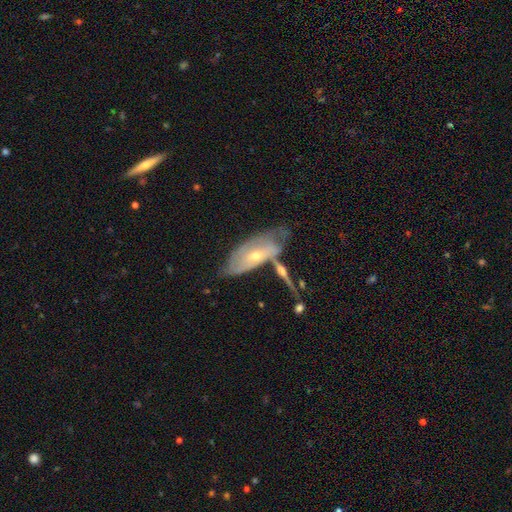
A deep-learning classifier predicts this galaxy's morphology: smooth_or_featured: featured or disk (p=0.69) [alt: smooth p=0.25]
disk_edge_on: no (p=0.82) [alt: yes p=0.18]
bar: no (p=0.59) [alt: weak p=0.30]
has_spiral_arms: yes (p=0.74) [alt: no p=0.26]
bulge_size: small (p=0.56) [alt: moderate p=0.41]
merging: none (p=0.45) [alt: merger p=0.25]